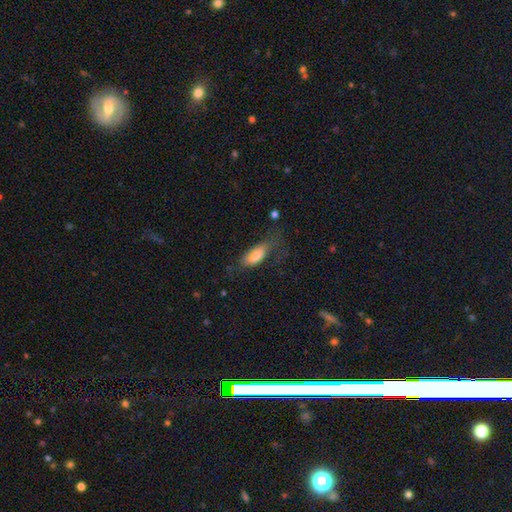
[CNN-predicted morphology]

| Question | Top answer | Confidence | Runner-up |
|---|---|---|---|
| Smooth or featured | smooth | 77% | featured or disk (16%) |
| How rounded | in between | 82% | cigar-shaped (15%) |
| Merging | none | 43% | minor disturbance (28%) |